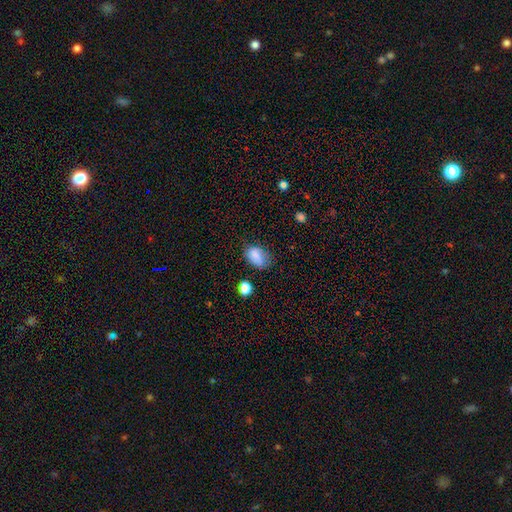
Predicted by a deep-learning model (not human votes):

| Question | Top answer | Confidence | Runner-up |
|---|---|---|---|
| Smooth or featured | smooth | 81% | star or artifact (10%) |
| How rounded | in between | 83% | round (15%) |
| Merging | none | 57% | minor disturbance (30%) |